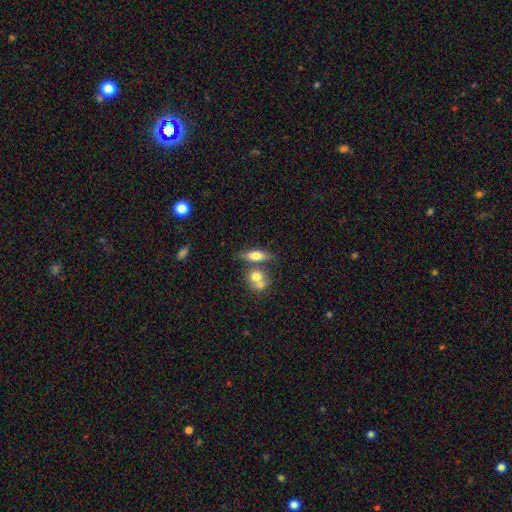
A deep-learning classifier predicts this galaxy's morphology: Smooth or featured? Predicted: smooth (p=0.57). How rounded? Predicted: in between (p=0.55). Merging? Predicted: none (p=0.52).